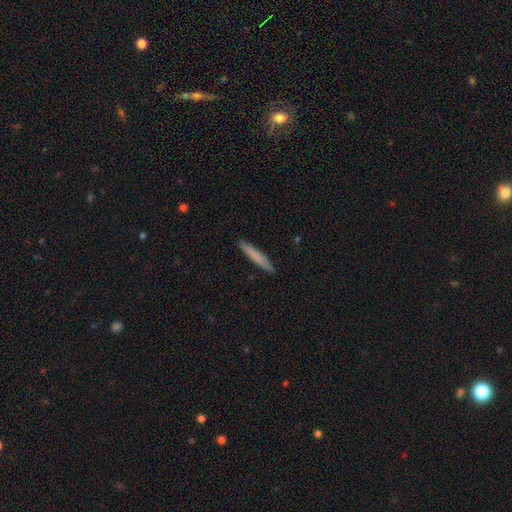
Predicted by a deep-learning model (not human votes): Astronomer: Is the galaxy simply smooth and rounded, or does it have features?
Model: smooth — 76%.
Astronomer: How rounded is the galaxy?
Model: cigar-shaped — 95%.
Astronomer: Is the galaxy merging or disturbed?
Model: none — 91%.